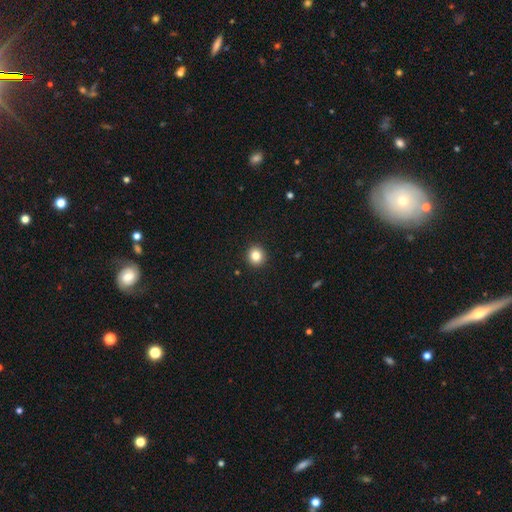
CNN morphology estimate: Smooth or featured?
  - smooth: 83% *
  - star or artifact: 11%
  - featured or disk: 6%
How rounded?
  - round: 91% *
  - in between: 8%
  - cigar-shaped: 1%
Merging?
  - none: 93% *
  - minor disturbance: 5%
  - major disturbance: 2%
  - merger: 1%